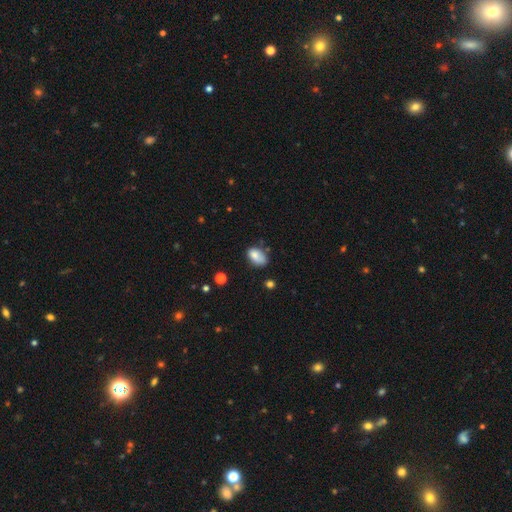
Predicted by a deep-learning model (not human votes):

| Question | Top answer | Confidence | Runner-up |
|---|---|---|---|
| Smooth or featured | smooth | 80% | featured or disk (11%) |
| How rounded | in between | 89% | round (10%) |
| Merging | none | 52% | minor disturbance (32%) |